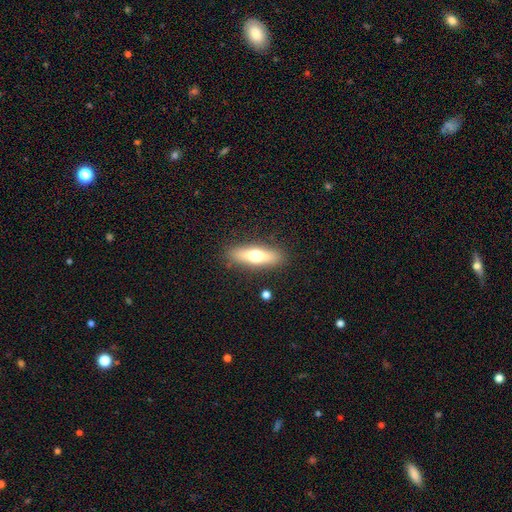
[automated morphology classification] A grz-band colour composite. It shows a smooth galaxy with no disk features (57%) that is cigar-shaped (54%). Merging: none (87%).